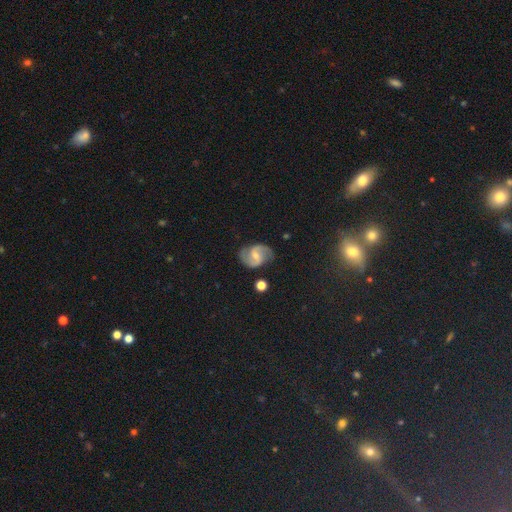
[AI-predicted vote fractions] smooth_or_featured: featured or disk (p=0.84) [alt: smooth p=0.10]
disk_edge_on: no (p=0.98) [alt: yes p=0.02]
bar: weak (p=0.52) [alt: no p=0.29]
has_spiral_arms: yes (p=0.96) [alt: no p=0.04]
spiral_winding: medium (p=0.53) [alt: loose p=0.31]
spiral_arm_count: 2 (p=0.93) [alt: can't tell p=0.03]
bulge_size: small (p=0.48) [alt: moderate p=0.46]
merging: none (p=0.81) [alt: minor disturbance p=0.14]